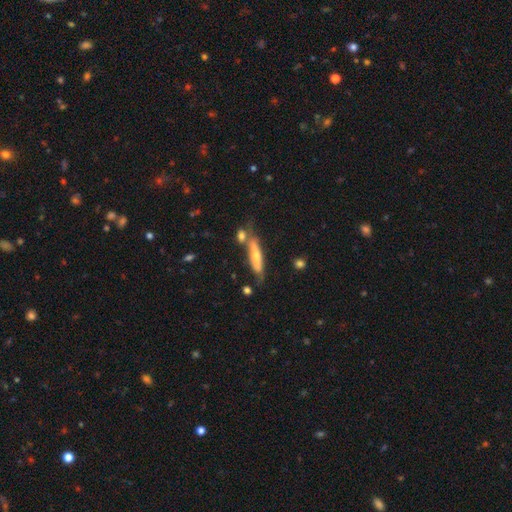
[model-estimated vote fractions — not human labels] Q: Smooth or featured?
A: featured or disk (52%); runner-up: smooth (42%)
Q: Edge-on disk?
A: yes (77%); runner-up: no (23%)
Q: Merging?
A: none (61%); runner-up: minor disturbance (18%)